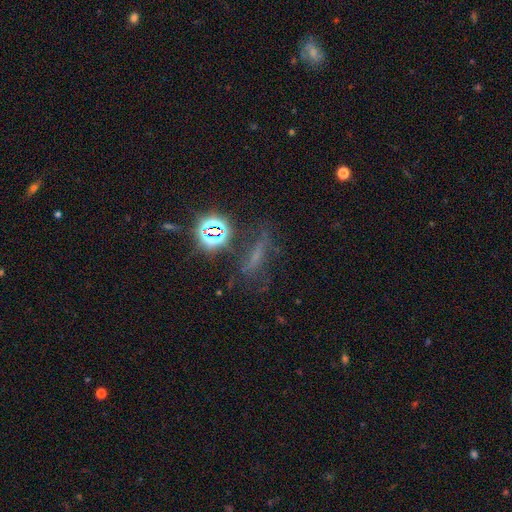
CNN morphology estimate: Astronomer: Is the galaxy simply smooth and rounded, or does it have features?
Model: star or artifact — 39% (runner-up: smooth, 32%).